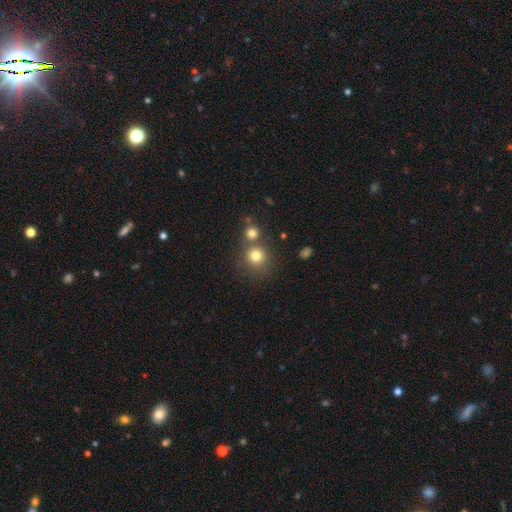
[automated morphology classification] Overall: smooth (78%). How rounded: round (89%). Merging: none (63%; merger 24%).